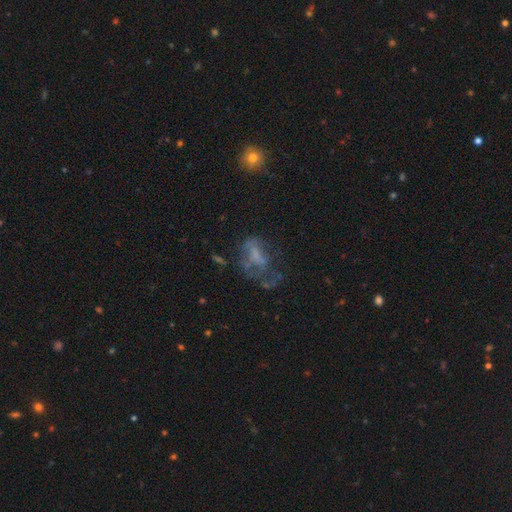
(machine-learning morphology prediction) Smooth or featured? featured or disk (51%)
Edge-on disk? no (96%)
Merging? major disturbance (43%)